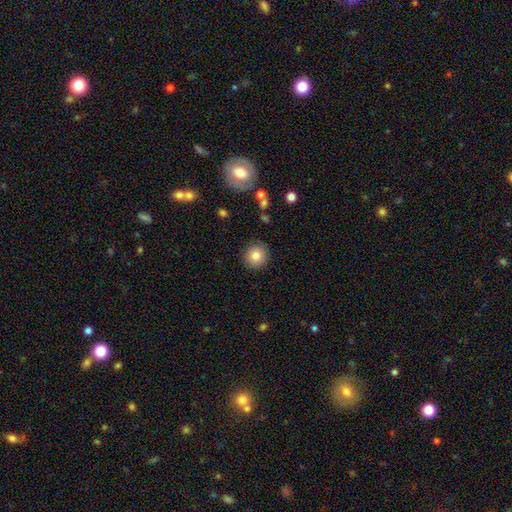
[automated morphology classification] smooth_or_featured: smooth (p=0.82) [alt: star or artifact p=0.10]
how_rounded: round (p=0.92) [alt: in between p=0.07]
merging: none (p=0.89) [alt: minor disturbance p=0.07]